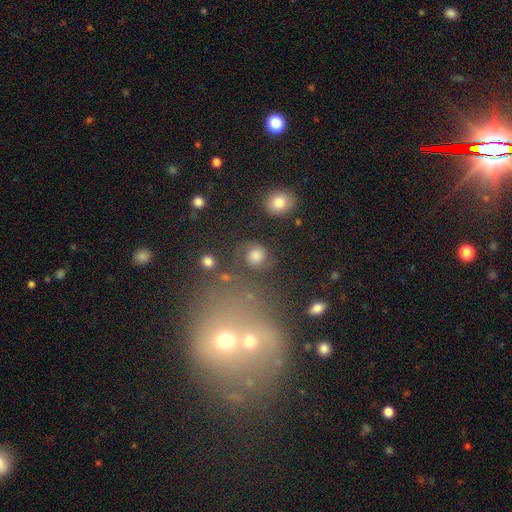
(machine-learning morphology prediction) smooth_or_featured: smooth (p=0.63) [alt: featured or disk p=0.21]
how_rounded: round (p=0.81) [alt: in between p=0.18]
merging: none (p=0.73) [alt: minor disturbance p=0.13]